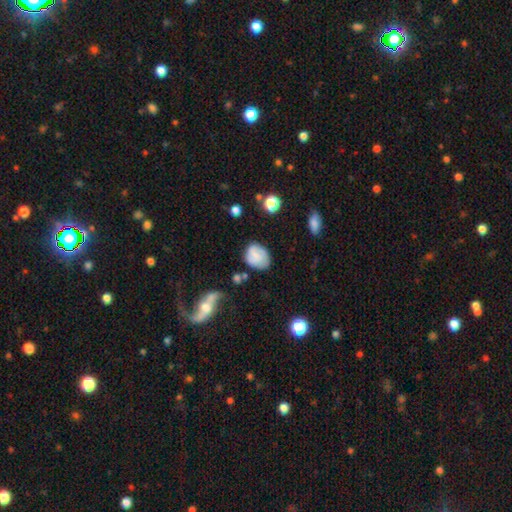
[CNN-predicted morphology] smooth_or_featured: smooth (p=0.60) [alt: featured or disk p=0.30]
how_rounded: in between (p=0.56) [alt: round p=0.43]
merging: none (p=0.62) [alt: minor disturbance p=0.24]